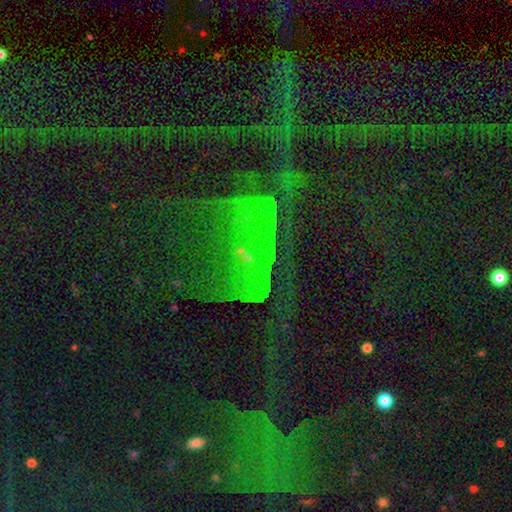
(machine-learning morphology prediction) This is likely a star or artifact rather than a galaxy (79%).